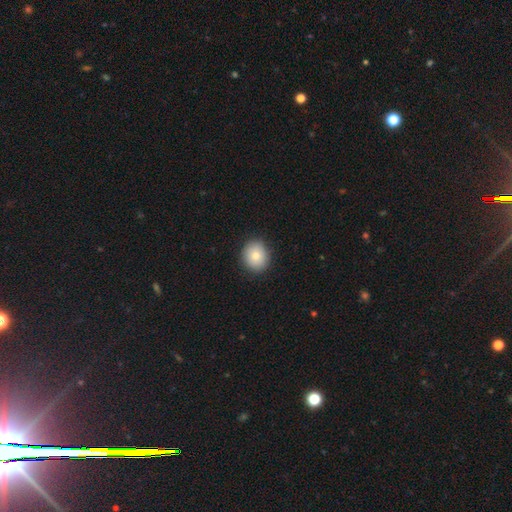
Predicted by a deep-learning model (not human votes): Smooth or featured: smooth — 80% (featured or disk — 11%)
How rounded: round — 78% (in between — 22%)
Merging: none — 89% (minor disturbance — 8%)